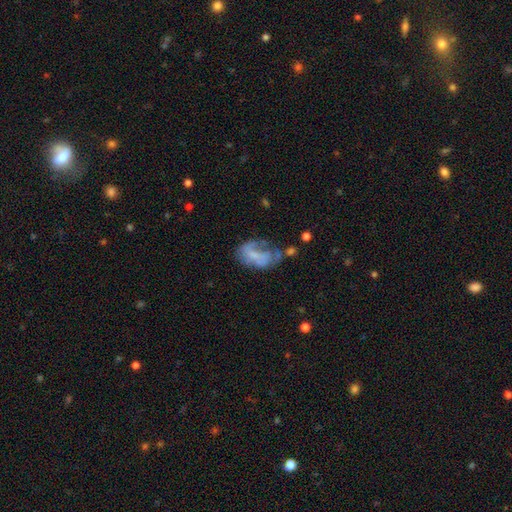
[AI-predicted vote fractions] Smooth or featured? featured or disk (49%)
Merging? major disturbance (36%)